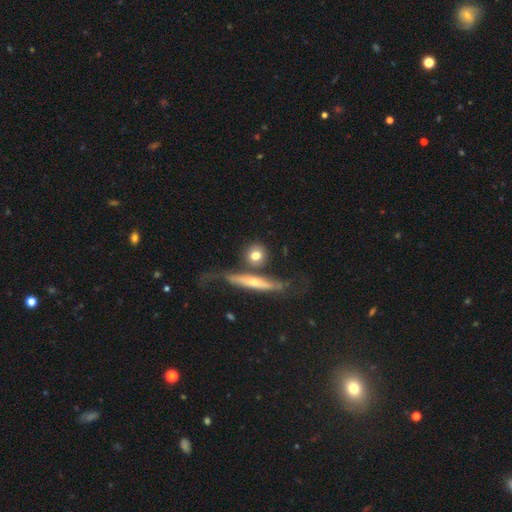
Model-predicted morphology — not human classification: A smooth galaxy with no disk features (69%) that is round (76%).

Vote fractions:
- Smooth or featured? smooth: 69% / featured or disk: 24% / star or artifact: 7%
- How rounded? round: 76% / in between: 12% / cigar-shaped: 12%
- Merging? none: 60% / merger: 18% / minor disturbance: 14% / major disturbance: 8%